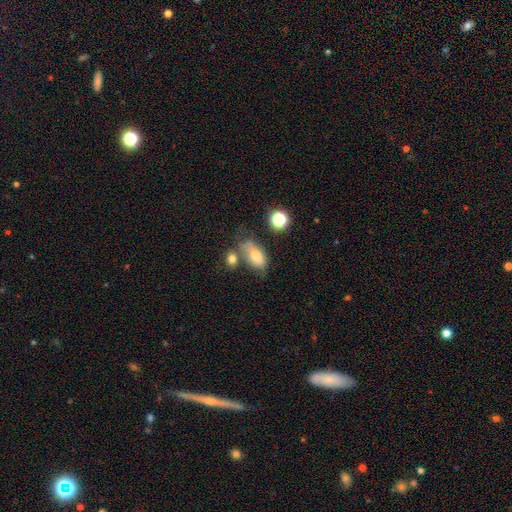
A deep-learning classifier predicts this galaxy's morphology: smooth_or_featured: smooth (p=0.70) [alt: featured or disk p=0.19]
how_rounded: in between (p=0.86) [alt: round p=0.09]
merging: none (p=0.42) [alt: minor disturbance p=0.25]